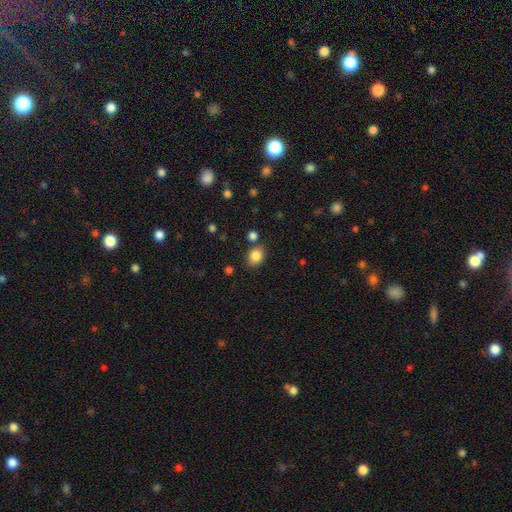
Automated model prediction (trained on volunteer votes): smooth 86%, star or artifact 10%, featured or disk 4%. Down the decision tree: how rounded — round (59%); merging — none (77%).